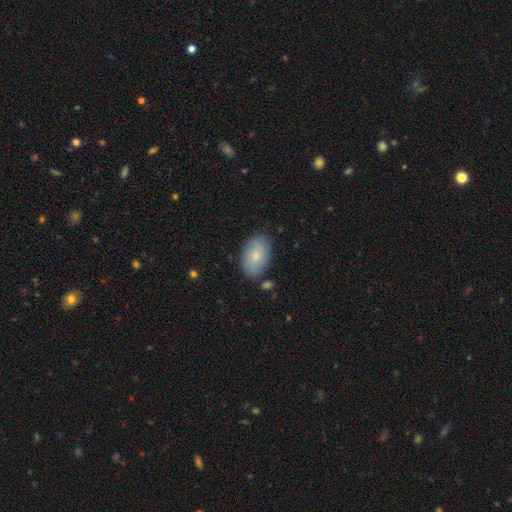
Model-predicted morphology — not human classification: A smooth galaxy with no disk features (75%) that is in between round and cigar-shaped (90%).

Vote fractions:
- Smooth or featured? smooth: 75% / featured or disk: 18% / star or artifact: 7%
- How rounded? in between: 90% / round: 8% / cigar-shaped: 1%
- Merging? none: 80% / minor disturbance: 14% / major disturbance: 3% / merger: 3%